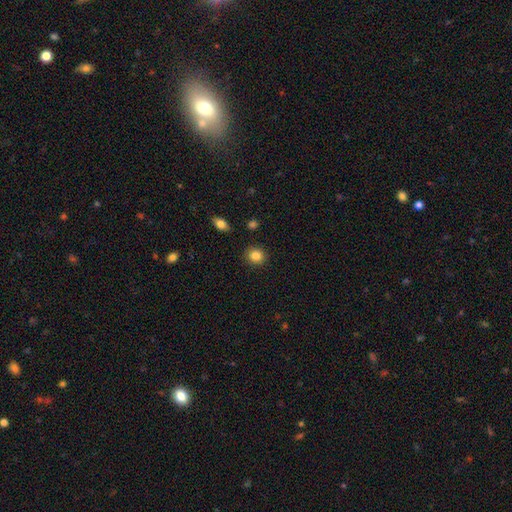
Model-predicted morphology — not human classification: type=smooth (86%); roundness=round (85%); merging=none (89%).